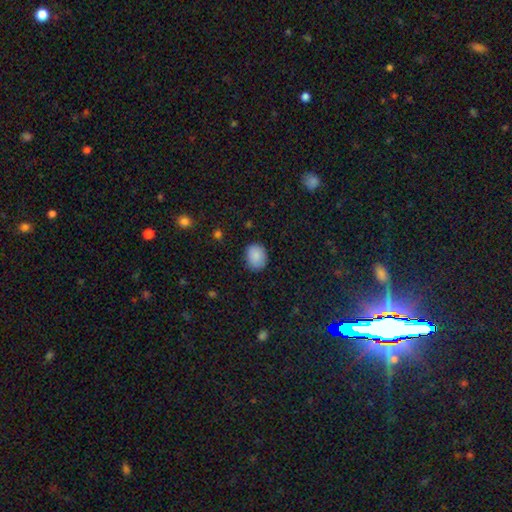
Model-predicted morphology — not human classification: Smooth or featured: smooth — 88% (star or artifact — 8%)
How rounded: round — 50% (in between — 49%)
Merging: none — 85% (minor disturbance — 12%)